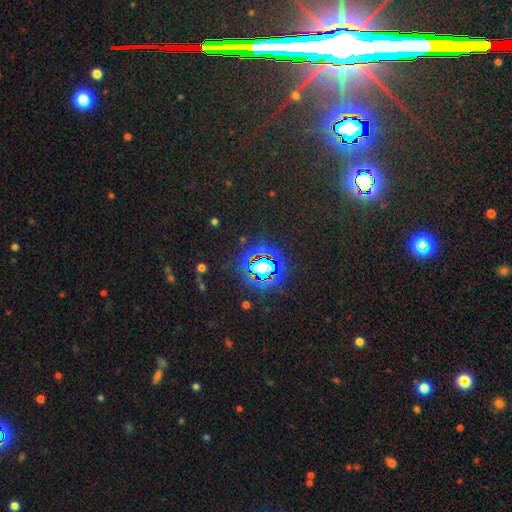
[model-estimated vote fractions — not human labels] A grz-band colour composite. It shows a star or artifact, not a galaxy (81%).